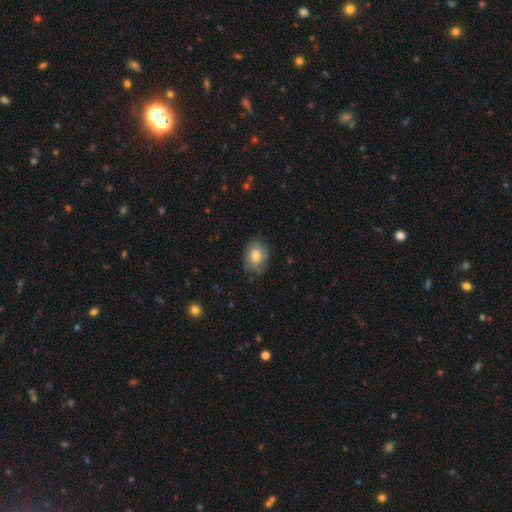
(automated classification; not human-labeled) Morphology: type=smooth (54%); roundness=in between (68%); merging=none (70%).